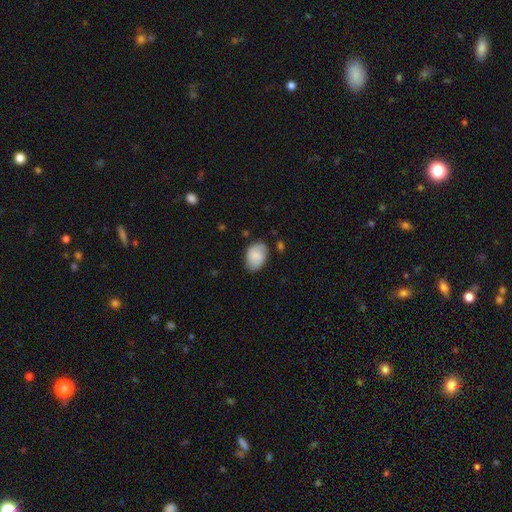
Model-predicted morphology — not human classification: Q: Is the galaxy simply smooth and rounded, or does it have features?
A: smooth — 64%.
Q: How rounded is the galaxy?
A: in between — 81%.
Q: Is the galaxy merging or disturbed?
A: none — 70%.